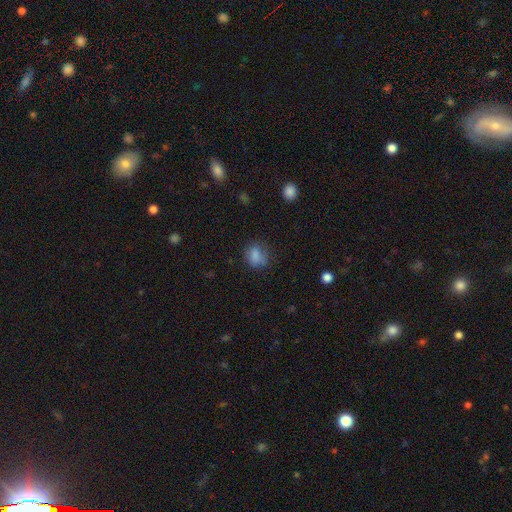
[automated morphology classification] smooth_or_featured: smooth (p=0.77) [alt: featured or disk p=0.11]
how_rounded: round (p=0.52) [alt: in between p=0.47]
merging: none (p=0.59) [alt: minor disturbance p=0.26]